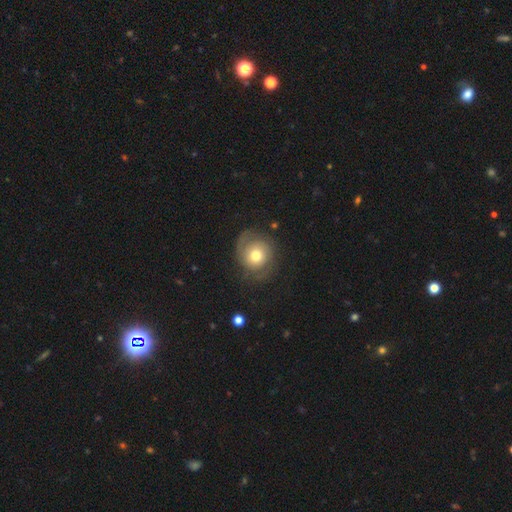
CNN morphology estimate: Q: Smooth or featured?
A: featured or disk (52%); runner-up: smooth (40%)
Q: Edge-on disk?
A: no (97%); runner-up: yes (3%)
Q: Bar?
A: no (83%); runner-up: weak (14%)
Q: Spiral arms?
A: yes (80%); runner-up: no (20%)
Q: Bulge size?
A: moderate (70%); runner-up: large (16%)
Q: Merging?
A: none (67%); runner-up: minor disturbance (19%)